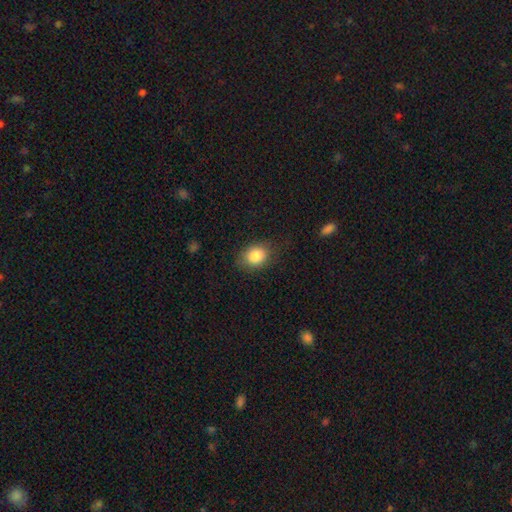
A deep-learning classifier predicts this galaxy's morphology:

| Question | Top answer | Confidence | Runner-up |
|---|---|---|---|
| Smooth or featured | smooth | 85% | star or artifact (9%) |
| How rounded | in between | 59% | round (39%) |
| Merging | none | 79% | minor disturbance (16%) |